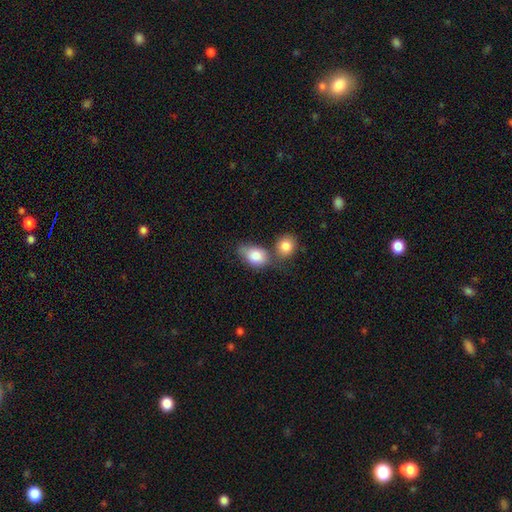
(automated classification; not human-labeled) Morphology: type=smooth (84%); roundness=in between (75%); merging=merger (37%).